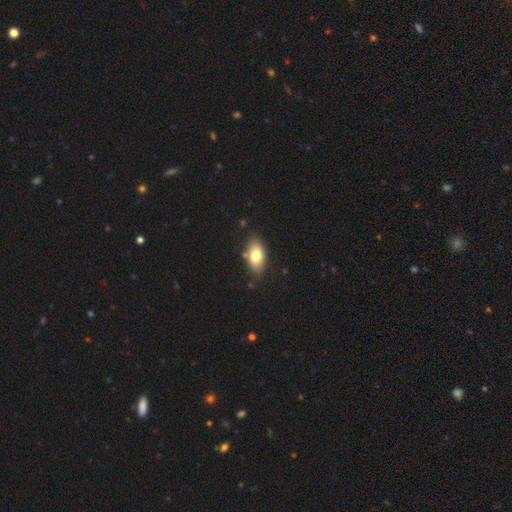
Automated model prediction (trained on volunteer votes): Smooth or featured: smooth — 79% (featured or disk — 14%)
How rounded: in between — 91% (round — 5%)
Merging: none — 81% (minor disturbance — 13%)